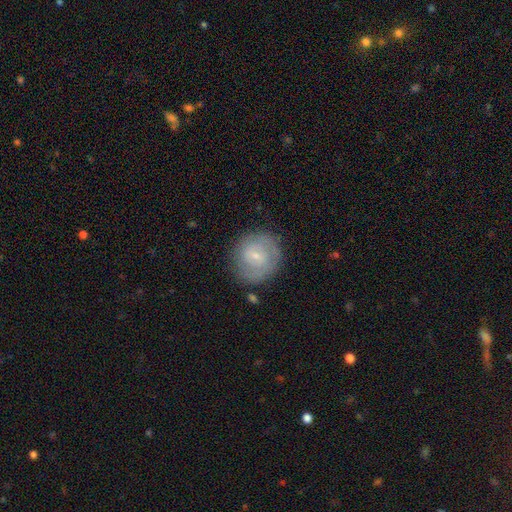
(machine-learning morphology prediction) smooth-or-featured: featured or disk: 55% | smooth: 37% | star or artifact: 8%
  disk-edge-on: no: 97% | yes: 3%
    bar: weak: 46% | no: 44% | strong: 10%
    has-spiral-arms: yes: 75% | no: 25%
    bulge-size: small: 73% | moderate: 21% | none: 4% | large: 1% | dominant: 1%
  merging: none: 77% | minor disturbance: 15% | major disturbance: 6% | merger: 2%